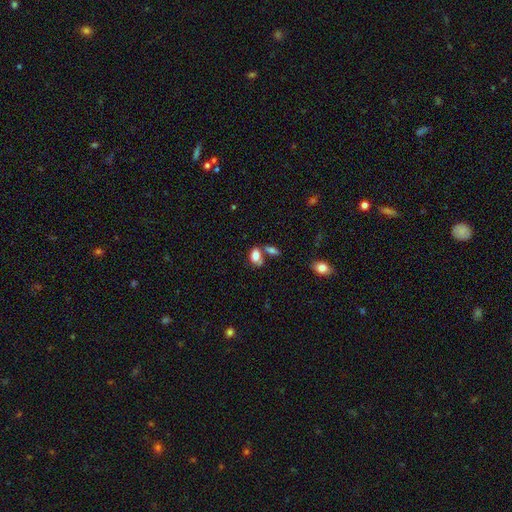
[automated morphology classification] smooth_or_featured: smooth (p=0.81) [alt: featured or disk p=0.10]
how_rounded: in between (p=0.89) [alt: round p=0.08]
merging: none (p=0.48) [alt: merger p=0.33]